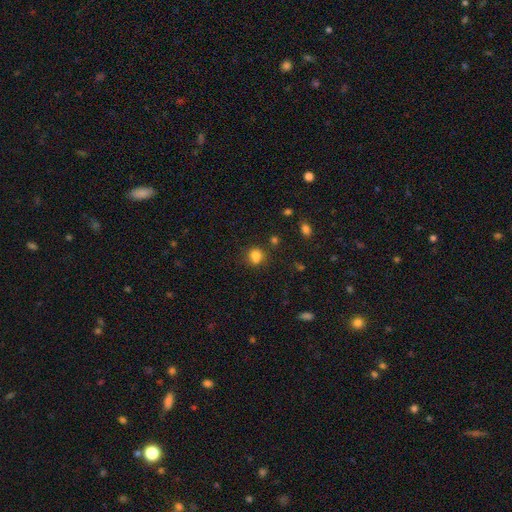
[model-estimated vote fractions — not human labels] Smooth or featured: smooth — 81% (star or artifact — 13%)
How rounded: round — 71% (in between — 28%)
Merging: none — 70% (minor disturbance — 17%)